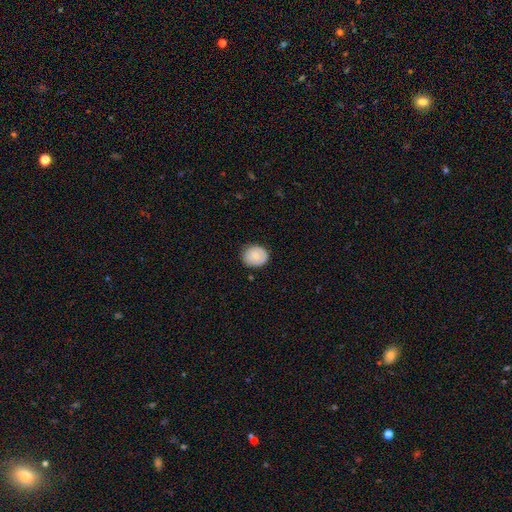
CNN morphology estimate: A smooth galaxy with no disk features (76%) that is round (73%). Merging: none (80%).